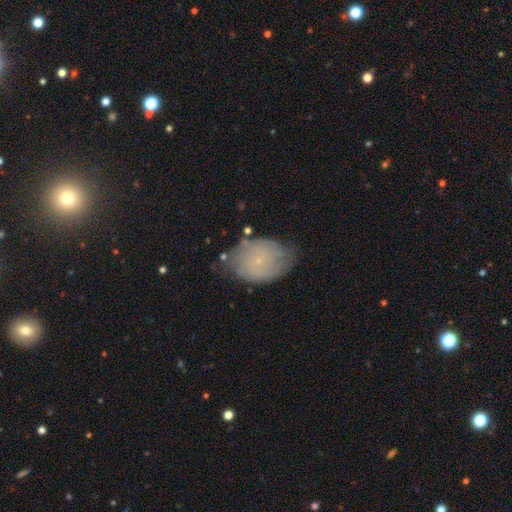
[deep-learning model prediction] Smooth or featured? smooth (45%)
Merging? none (65%)